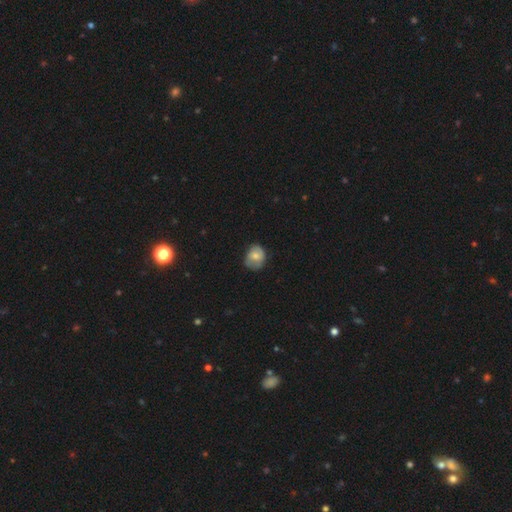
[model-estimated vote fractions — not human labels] The model was most divided on "how rounded": round: 55%, in between: 44%, cigar-shaped: 1%. More confident: smooth or featured — smooth (61%); merging — none (58%).